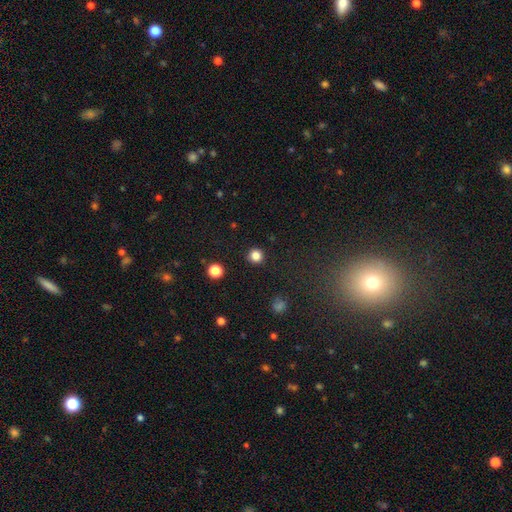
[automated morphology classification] type=smooth (84%); roundness=round (94%); merging=none (92%).